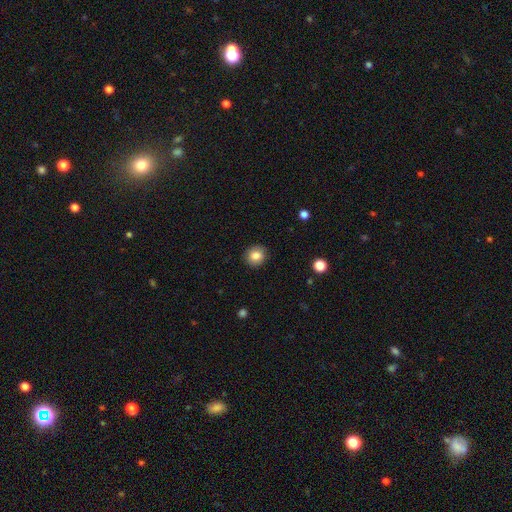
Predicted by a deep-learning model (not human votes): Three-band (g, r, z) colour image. It shows a smooth galaxy with no disk features (84%) that is round (86%). Merging: none (90%).